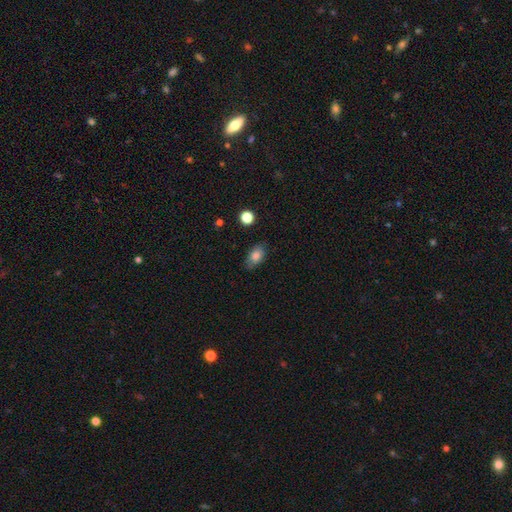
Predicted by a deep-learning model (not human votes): smooth_or_featured: smooth (p=0.81) [alt: featured or disk p=0.10]
how_rounded: in between (p=0.87) [alt: round p=0.10]
merging: none (p=0.79) [alt: minor disturbance p=0.16]